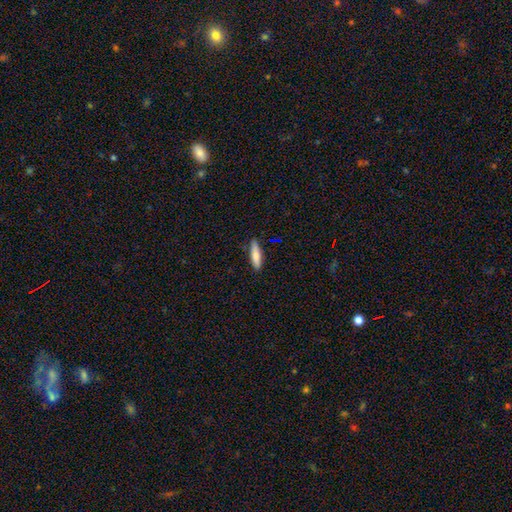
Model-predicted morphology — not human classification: smooth 79%, featured or disk 15%, star or artifact 6%. Down the decision tree: how rounded — cigar-shaped (66%); merging — none (87%).